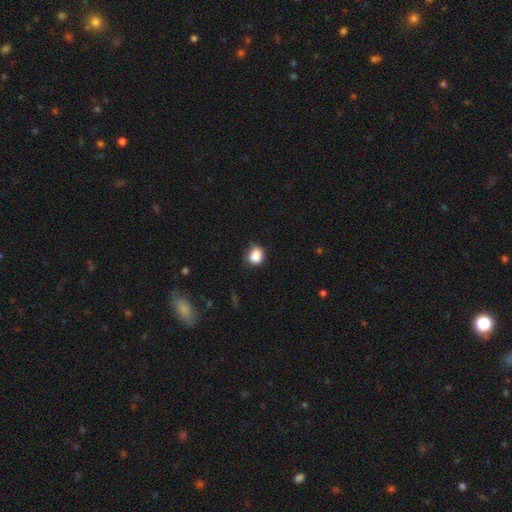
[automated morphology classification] Smooth or featured?
  - smooth: 86% *
  - star or artifact: 9%
  - featured or disk: 4%
How rounded?
  - round: 69% *
  - in between: 30%
  - cigar-shaped: 1%
Merging?
  - none: 61% *
  - minor disturbance: 31%
  - major disturbance: 7%
  - merger: 2%